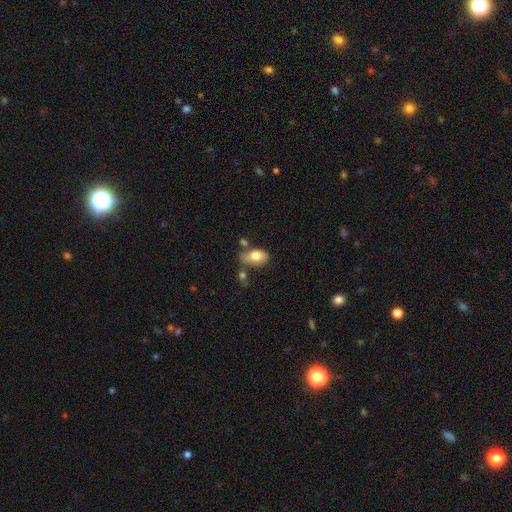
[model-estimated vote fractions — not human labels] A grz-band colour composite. It shows a smooth galaxy with no disk features (72%) that is in between round and cigar-shaped (86%). Merging: none (41%).